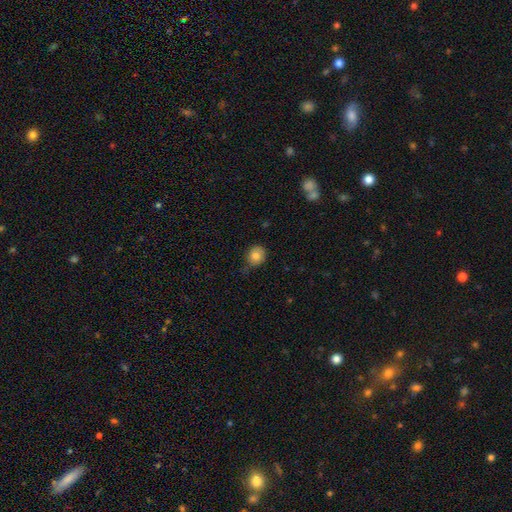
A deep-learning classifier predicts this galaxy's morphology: A smooth galaxy with no disk features (81%) that is round (70%). Merging: none (64%).